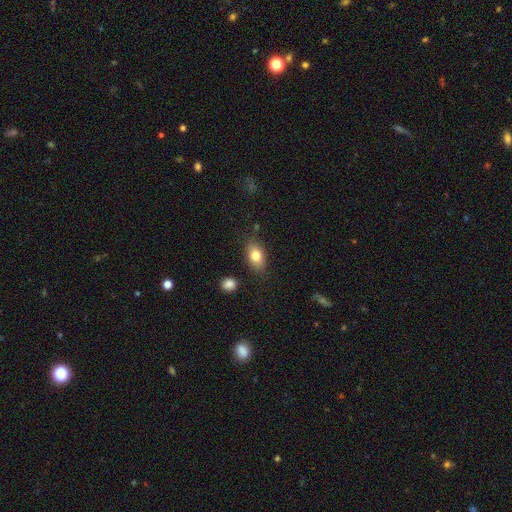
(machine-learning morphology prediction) This appears to be a smooth galaxy with no disk features (81%) that is in between round and cigar-shaped (87%). Merging: none (82%).